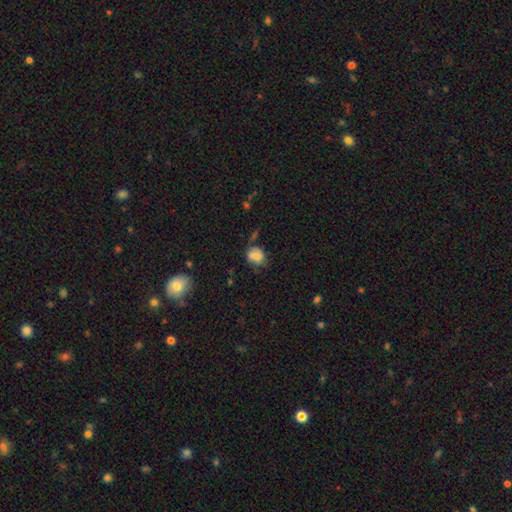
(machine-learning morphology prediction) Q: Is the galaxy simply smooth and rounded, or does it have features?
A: smooth — 73%.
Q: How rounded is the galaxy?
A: round — 51%.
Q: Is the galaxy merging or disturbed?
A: none — 53%.